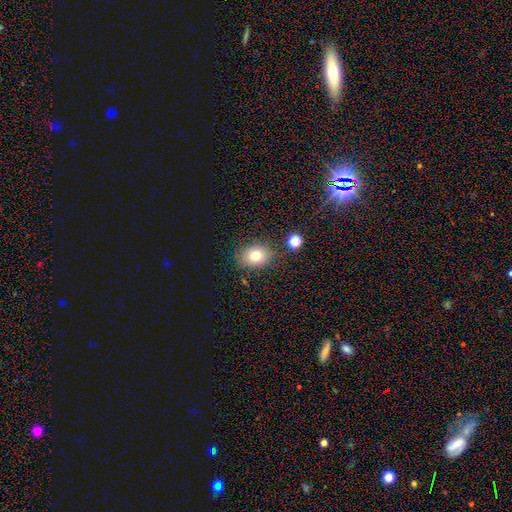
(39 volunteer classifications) smooth-or-featured: smooth: 87% | featured or disk: 8% | star or artifact: 5%
  how-rounded: round: 50% (tied) | in between: 50% (tied) | cigar-shaped: 0%
  merging: none: 81% | minor disturbance: 11% | major disturbance: 5% | merger: 3%